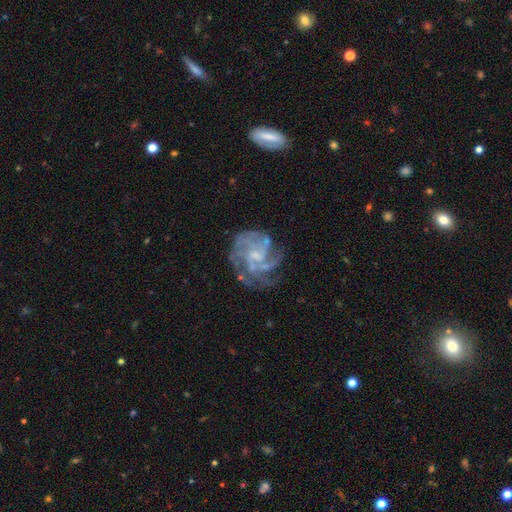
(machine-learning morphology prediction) This is clearly a featured or disk galaxy (82%). It is clearly not viewed edge-on (98%). Bar: possibly no (52%). Spiral arm pattern: clearly yes (91%). Spiral arm count: marginally can't tell (29%). Spiral winding: possibly tight (45%). Central bulge: possibly small (46%). Merging: likely none (61%).